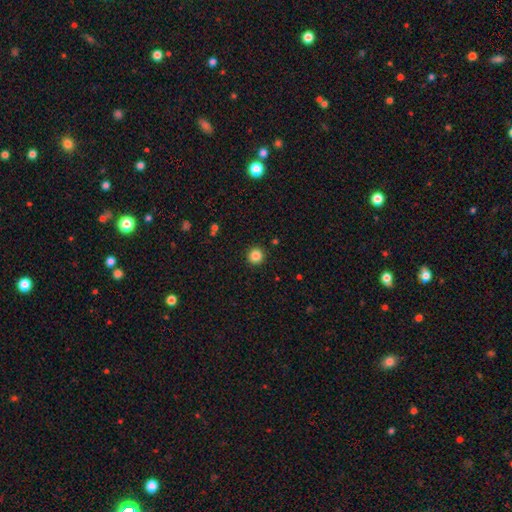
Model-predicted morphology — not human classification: smooth_or_featured: smooth (p=0.85) [alt: star or artifact p=0.11]
how_rounded: round (p=0.95) [alt: in between p=0.04]
merging: none (p=0.93) [alt: minor disturbance p=0.04]